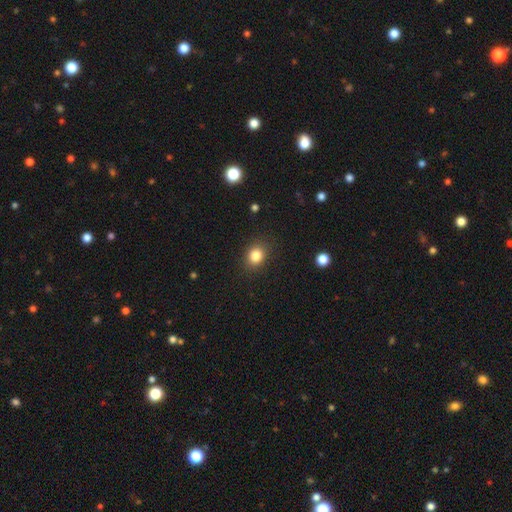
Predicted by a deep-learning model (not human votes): Smooth or featured?
  - smooth: 84% *
  - star or artifact: 11%
  - featured or disk: 6%
How rounded?
  - round: 60% *
  - in between: 39%
  - cigar-shaped: 1%
Merging?
  - none: 87% *
  - minor disturbance: 9%
  - major disturbance: 3%
  - merger: 1%